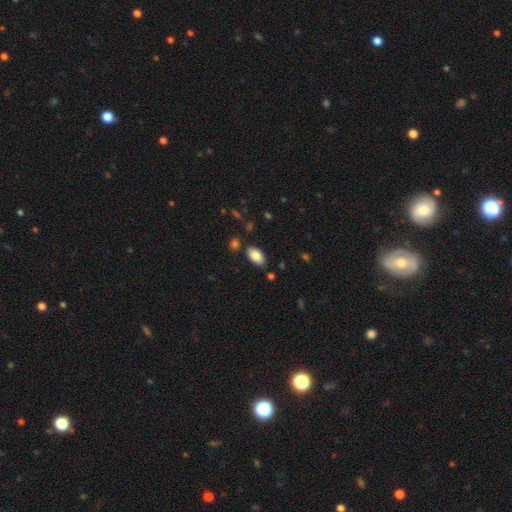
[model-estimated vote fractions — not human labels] This is clearly a smooth galaxy (84%). How rounded: clearly in between (95%). Merging: clearly none (83%).